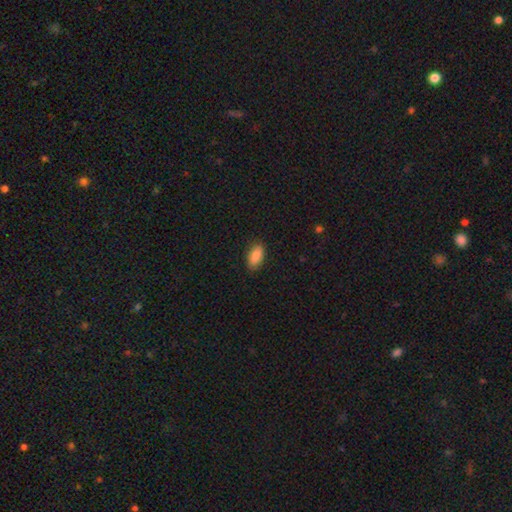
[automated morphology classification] Q: Smooth or featured?
A: smooth (86%); runner-up: featured or disk (7%)
Q: How rounded?
A: in between (90%); runner-up: cigar-shaped (6%)
Q: Merging?
A: none (86%); runner-up: minor disturbance (11%)